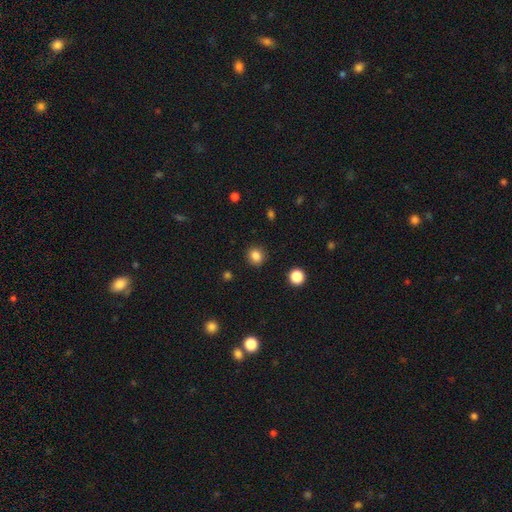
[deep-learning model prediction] Smooth or featured?
  - smooth: 84% *
  - star or artifact: 12%
  - featured or disk: 4%
How rounded?
  - round: 85% *
  - in between: 14%
  - cigar-shaped: 1%
Merging?
  - none: 90% *
  - minor disturbance: 6%
  - major disturbance: 2%
  - merger: 1%